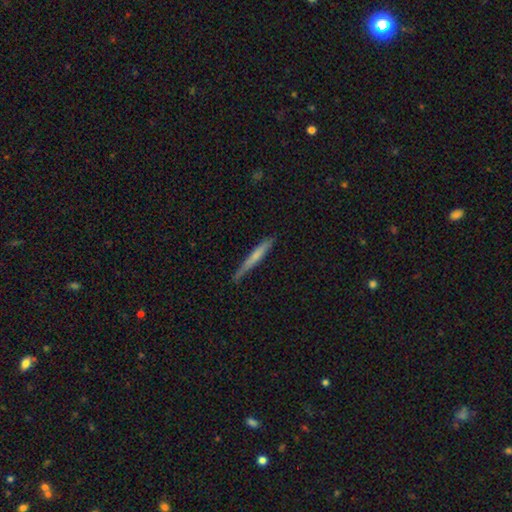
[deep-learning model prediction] smooth 60%, featured or disk 35%, star or artifact 6%. Down the decision tree: how rounded — cigar-shaped (95%); merging — none (77%).